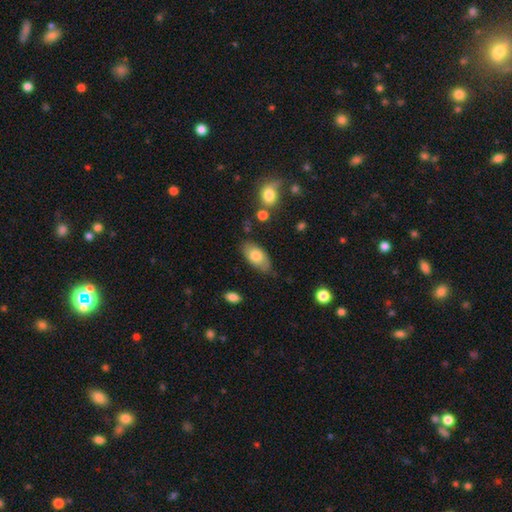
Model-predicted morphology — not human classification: A smooth galaxy with no disk features (76%) that is in between round and cigar-shaped (92%).

Vote fractions:
- Smooth or featured? smooth: 76% / featured or disk: 18% / star or artifact: 7%
- How rounded? in between: 92% / cigar-shaped: 4% / round: 4%
- Merging? none: 71% / minor disturbance: 21% / major disturbance: 4% / merger: 3%